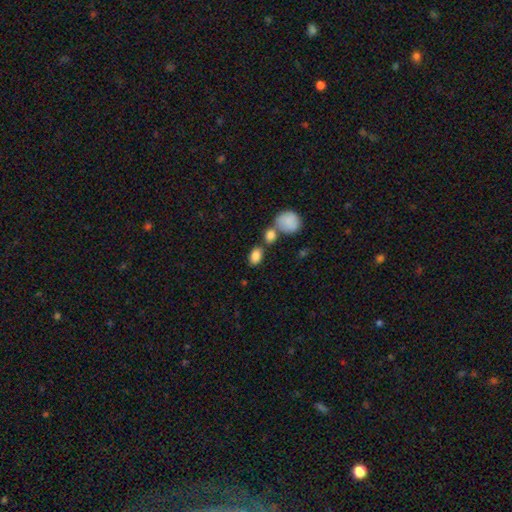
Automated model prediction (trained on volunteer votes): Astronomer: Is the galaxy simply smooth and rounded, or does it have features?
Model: smooth — 85%.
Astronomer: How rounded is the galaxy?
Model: in between — 88%.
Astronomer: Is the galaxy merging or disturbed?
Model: none — 66%.